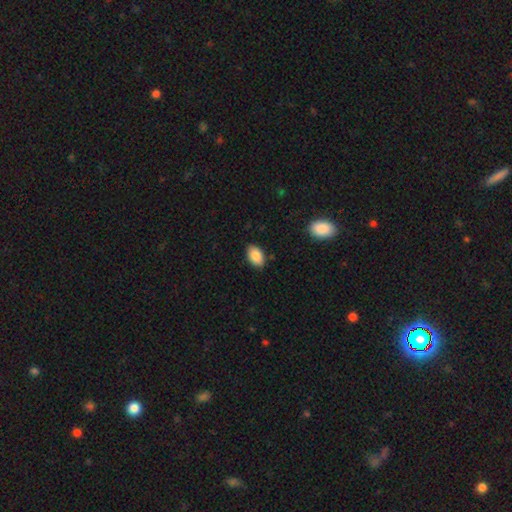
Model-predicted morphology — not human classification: smooth 87%, star or artifact 7%, featured or disk 6%. Down the decision tree: how rounded — in between (91%); merging — none (86%).